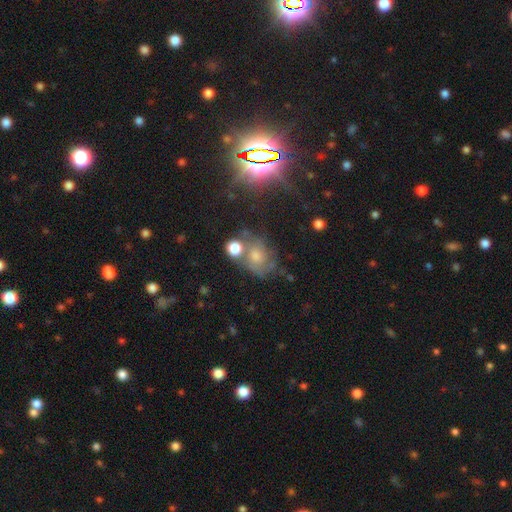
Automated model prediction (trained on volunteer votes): Smooth or featured?
  - star or artifact: 36% *
  - smooth: 33%
  - featured or disk: 31%